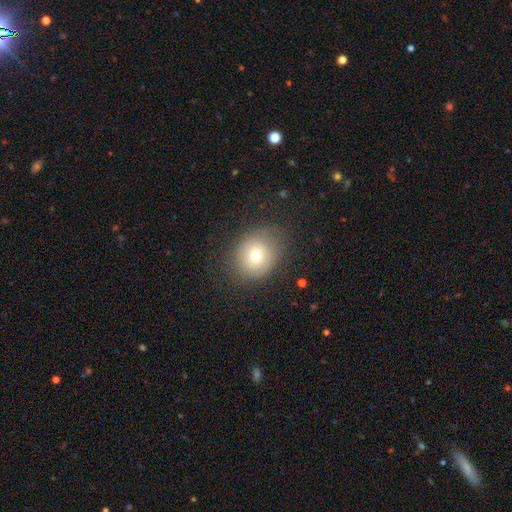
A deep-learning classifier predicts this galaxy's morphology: smooth-or-featured: smooth: 72% | featured or disk: 15% | star or artifact: 13%
  how-rounded: round: 60% | in between: 39% | cigar-shaped: 1%
  merging: none: 79% | minor disturbance: 14% | major disturbance: 6% | merger: 1%